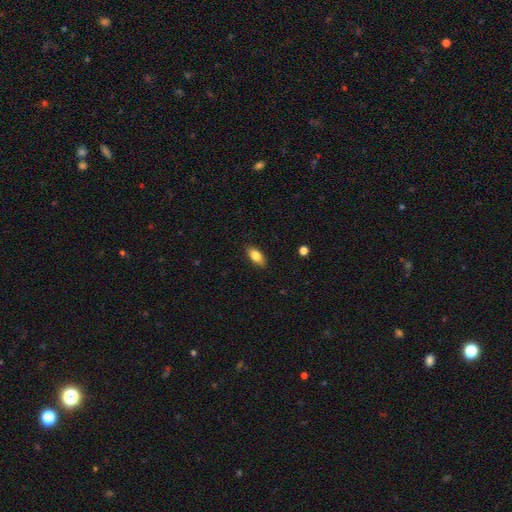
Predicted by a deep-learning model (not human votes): A smooth galaxy with no disk features (80%) that is in between round and cigar-shaped (86%).

Vote fractions:
- Smooth or featured? smooth: 80% / featured or disk: 13% / star or artifact: 7%
- How rounded? in between: 86% / cigar-shaped: 10% / round: 3%
- Merging? none: 87% / minor disturbance: 10% / major disturbance: 2% / merger: 1%